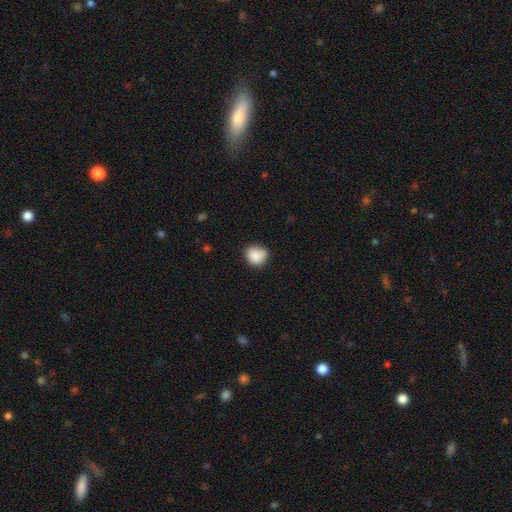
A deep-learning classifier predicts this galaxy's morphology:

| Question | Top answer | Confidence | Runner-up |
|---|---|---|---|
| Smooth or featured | smooth | 86% | star or artifact (9%) |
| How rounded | round | 81% | in between (18%) |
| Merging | none | 70% | minor disturbance (23%) |